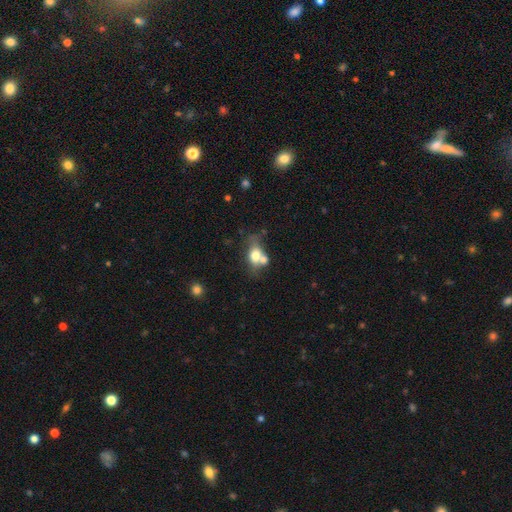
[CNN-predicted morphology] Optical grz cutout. It shows a smooth galaxy with no disk features (67%) that is in between round and cigar-shaped (63%). Merging: merger (44%).